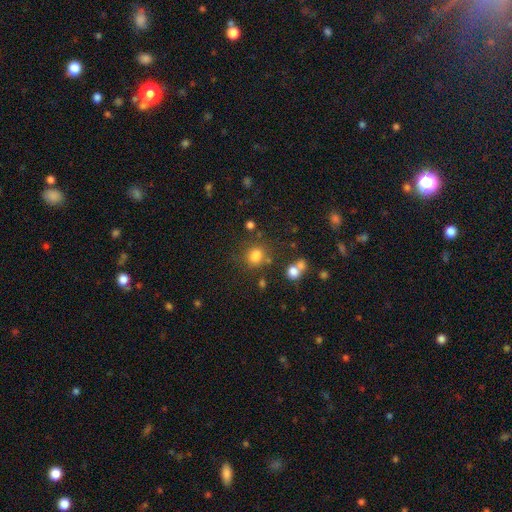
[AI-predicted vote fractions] Morphology: type=smooth (79%); roundness=round (68%); merging=none (67%).